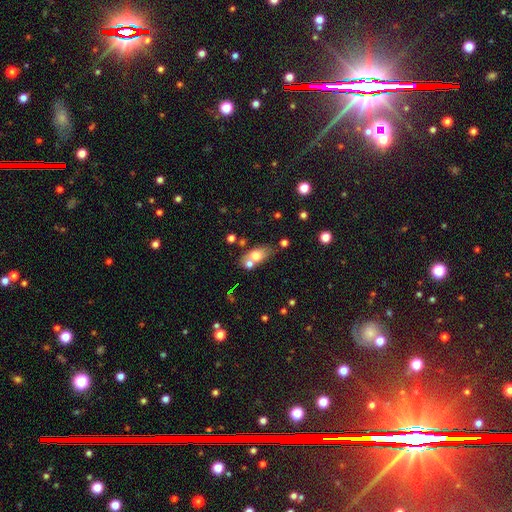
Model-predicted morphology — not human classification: Smooth or featured: smooth — 69% (featured or disk — 21%)
How rounded: in between — 79% (round — 13%)
Merging: none — 47% (merger — 34%)